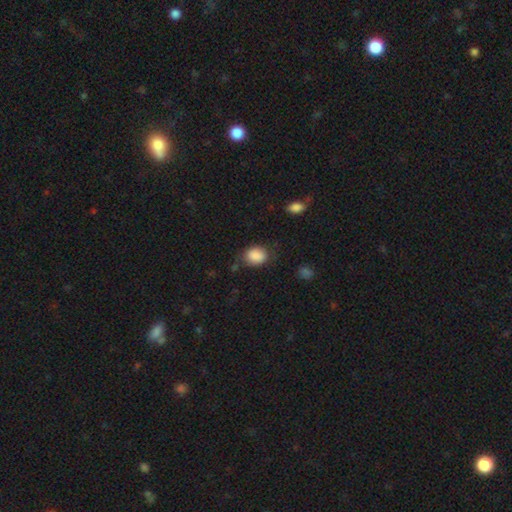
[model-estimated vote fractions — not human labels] smooth 88%, star or artifact 8%, featured or disk 4%. Down the decision tree: how rounded — in between (63%); merging — none (73%).